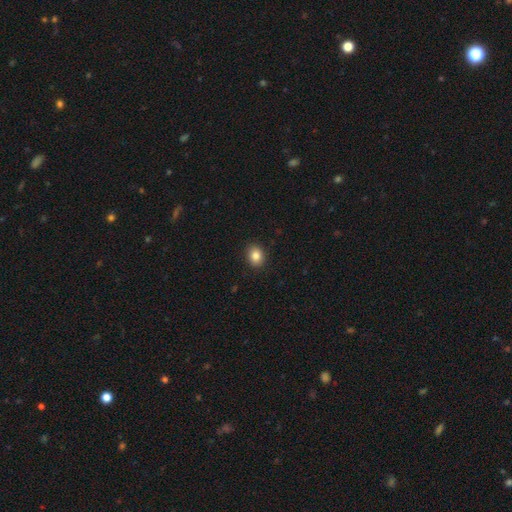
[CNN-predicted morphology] Smooth or featured? Predicted: smooth (p=0.84). How rounded? Predicted: round (p=0.52). Merging? Predicted: none (p=0.91).